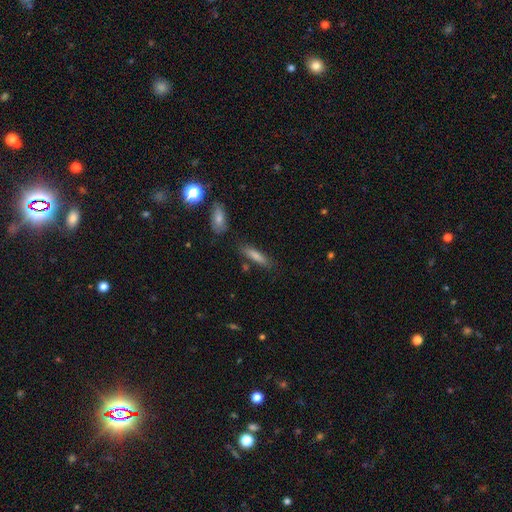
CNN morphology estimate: smooth 78%, featured or disk 15%, star or artifact 7%. Down the decision tree: how rounded — cigar-shaped (76%); merging — none (77%).